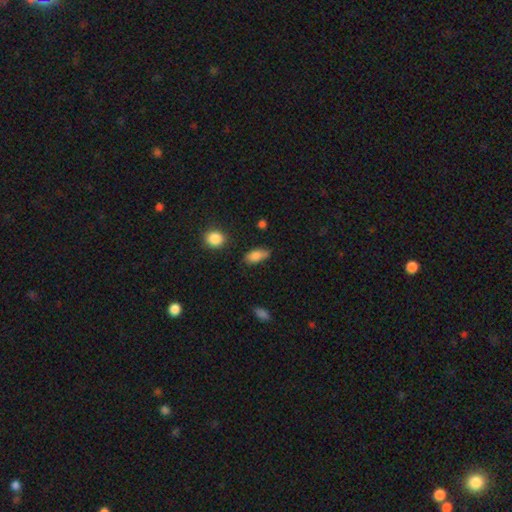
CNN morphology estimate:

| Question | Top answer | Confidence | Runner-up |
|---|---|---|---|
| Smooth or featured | smooth | 81% | featured or disk (11%) |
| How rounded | in between | 82% | cigar-shaped (13%) |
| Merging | none | 59% | minor disturbance (30%) |